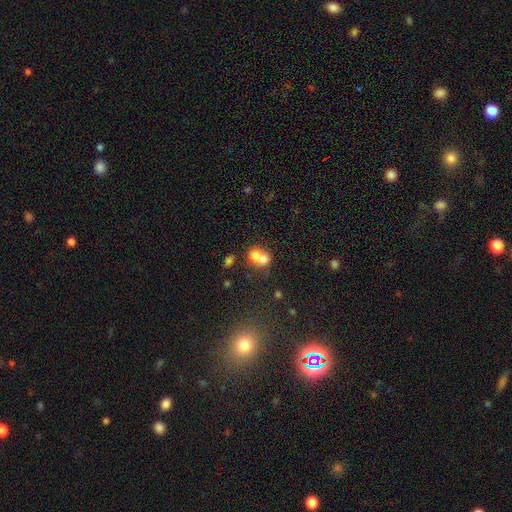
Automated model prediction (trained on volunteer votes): The model was most divided on "how rounded": round: 58%, in between: 41%, cigar-shaped: 1%. More confident: merging — merger (70%); smooth or featured — smooth (68%).